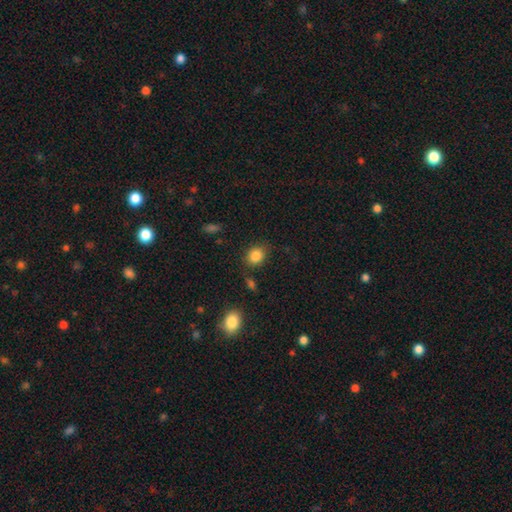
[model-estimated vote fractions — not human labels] Smooth or featured: smooth — 85% (star or artifact — 10%)
How rounded: round — 55% (in between — 44%)
Merging: none — 76% (minor disturbance — 16%)